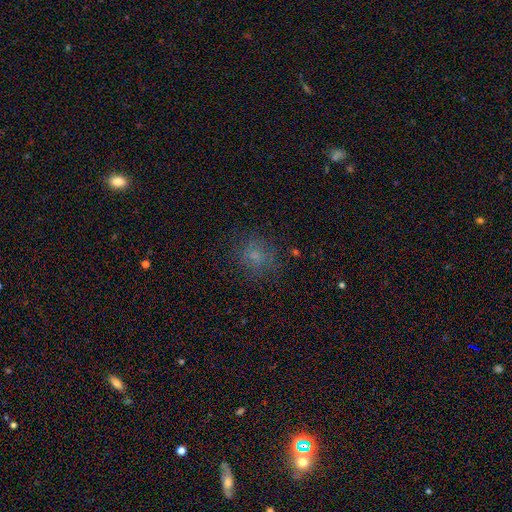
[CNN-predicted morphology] type=smooth (65%); roundness=round (78%); merging=none (74%).